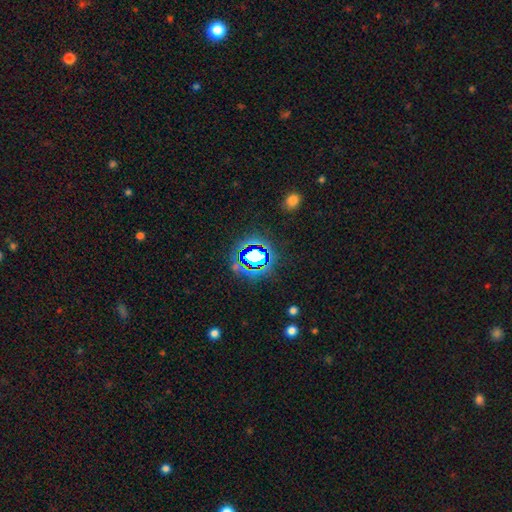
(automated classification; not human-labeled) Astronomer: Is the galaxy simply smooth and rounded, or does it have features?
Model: star or artifact — 65%.